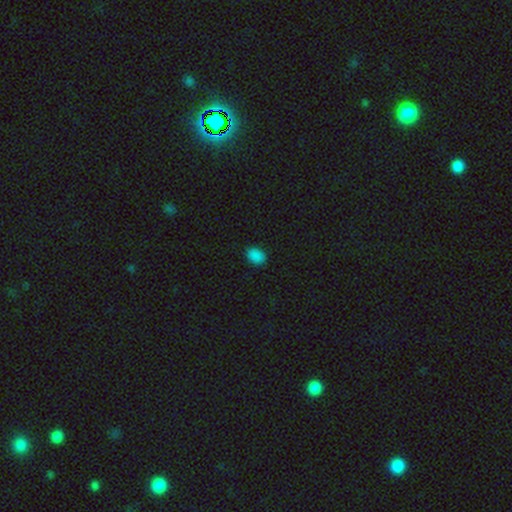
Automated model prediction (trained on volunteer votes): smooth_or_featured: smooth (p=0.85) [alt: star or artifact p=0.12]
how_rounded: in between (p=0.78) [alt: round p=0.20]
merging: none (p=0.88) [alt: minor disturbance p=0.09]